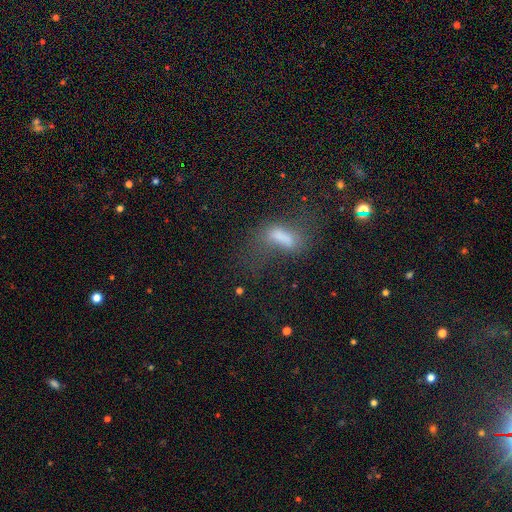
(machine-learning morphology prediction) type=smooth (48%); merging=none (40%).